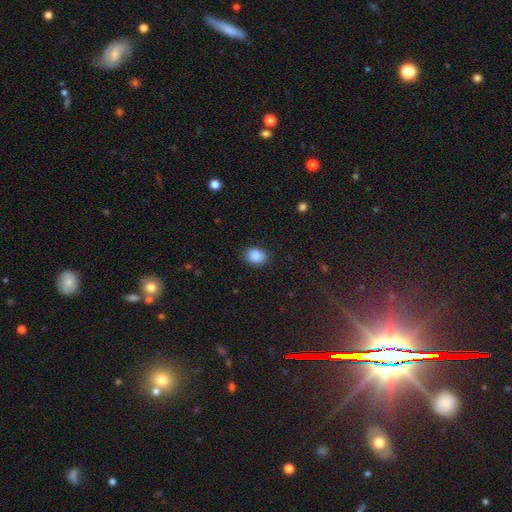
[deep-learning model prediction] smooth 88%, star or artifact 8%, featured or disk 4%. Down the decision tree: how rounded — in between (61%); merging — none (85%).